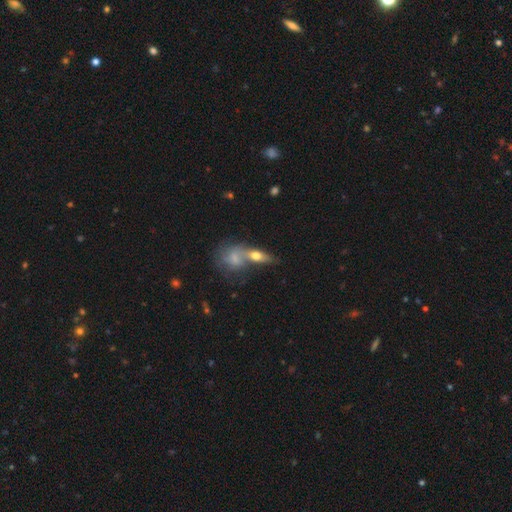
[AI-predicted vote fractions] This is possibly a smooth galaxy (58%). How rounded: possibly in between (58%). Merging: marginally merger (43%).